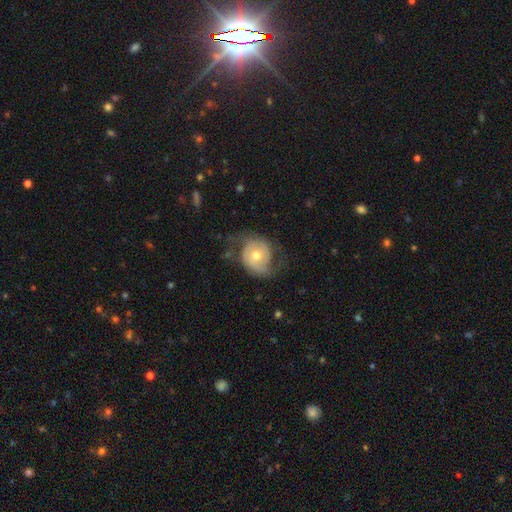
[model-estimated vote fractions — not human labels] Smooth or featured?
  - featured or disk: 67% *
  - smooth: 27%
  - star or artifact: 6%
Edge-on disk?
  - no: 97% *
  - yes: 3%
Bar?
  - no: 74% *
  - weak: 21%
  - strong: 5%
Spiral arms?
  - yes: 81% *
  - no: 19%
Spiral winding?
  - medium: 40% *
  - tight: 31%
  - loose: 30%
Spiral arm count?
  - 2: 71% *
  - can't tell: 14%
  - 1: 8%
  - 3: 5%
  - 4: 2%
  - more than 4: 1%
Bulge size?
  - moderate: 68% *
  - small: 27%
  - large: 4%
  - dominant: 1%
  - none: 1%
Merging?
  - none: 50% *
  - minor disturbance: 26%
  - major disturbance: 22%
  - merger: 2%